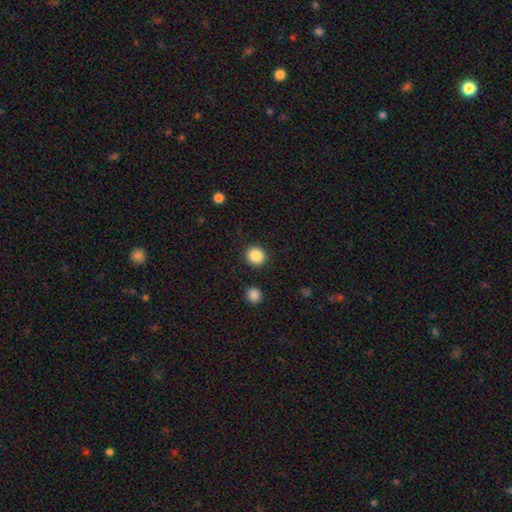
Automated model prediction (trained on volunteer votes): Smooth or featured: smooth — 87% (star or artifact — 9%)
How rounded: round — 91% (in between — 8%)
Merging: none — 91% (minor disturbance — 5%)